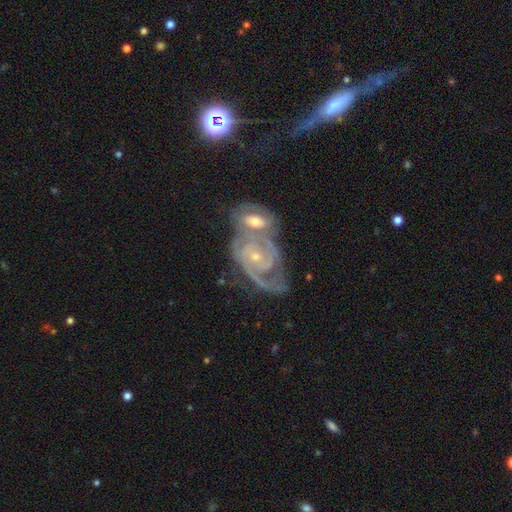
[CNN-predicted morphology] Smooth or featured?
  - featured or disk: 86% *
  - star or artifact: 8%
  - smooth: 7%
Edge-on disk?
  - no: 96% *
  - yes: 4%
Bar?
  - no: 57% *
  - weak: 32%
  - strong: 10%
Spiral arms?
  - yes: 95% *
  - no: 5%
Spiral winding?
  - tight: 55% *
  - medium: 36%
  - loose: 9%
Spiral arm count?
  - 2: 47% *
  - can't tell: 20%
  - 3: 17%
  - 1: 6%
  - 4: 5%
  - more than 4: 4%
Bulge size?
  - small: 70% *
  - moderate: 25%
  - none: 2%
  - large: 1%
  - dominant: 1%
Merging?
  - merger: 52% *
  - none: 27%
  - minor disturbance: 12%
  - major disturbance: 9%